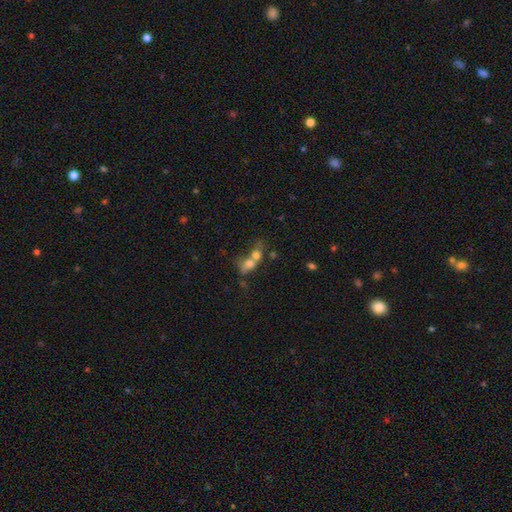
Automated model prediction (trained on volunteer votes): This is marginally a smooth galaxy (45%). Merging: possibly merger (48%).